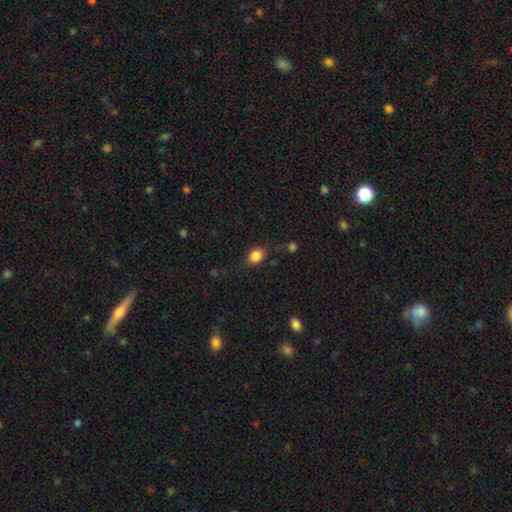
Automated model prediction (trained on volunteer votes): Smooth or featured? Predicted: smooth (p=0.84). How rounded? Predicted: in between (p=0.65). Merging? Predicted: none (p=0.75).